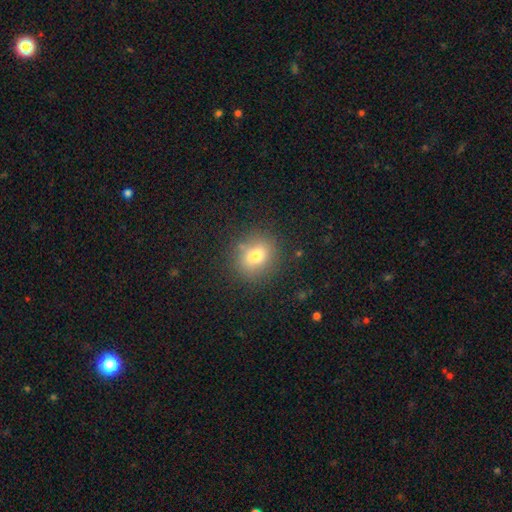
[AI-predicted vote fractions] The model was most divided on "how rounded": round: 70%, in between: 29%, cigar-shaped: 1%. More confident: merging — none (82%); smooth or featured — smooth (73%).